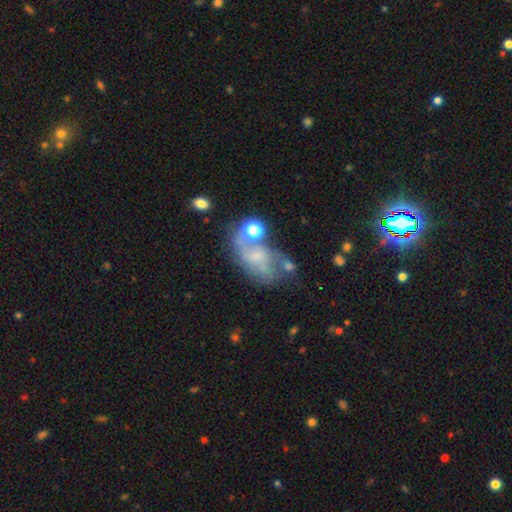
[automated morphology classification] A featured or disk galaxy (55%) with no bar (60%), spiral arms (64%) and a small central bulge (42%).

Vote fractions:
- Smooth or featured? featured or disk: 55% / smooth: 30% / star or artifact: 16%
- Edge-on disk? no: 95% / yes: 5%
- Bar? no: 60% / weak: 31% / strong: 9%
- Spiral arms? yes: 64% / no: 36%
- Bulge size? small: 42% / none: 34% / moderate: 19% / large: 4% / dominant: 2%
- Merging? none: 35% / major disturbance: 25% / minor disturbance: 22% / merger: 18%